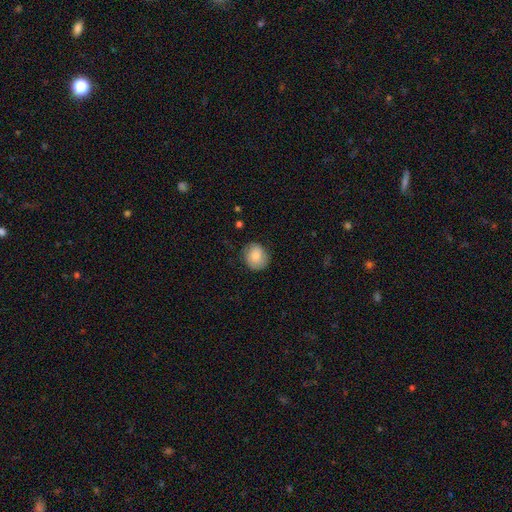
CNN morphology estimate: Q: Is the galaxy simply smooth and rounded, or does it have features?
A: smooth — 79%.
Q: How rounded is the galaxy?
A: round — 75%.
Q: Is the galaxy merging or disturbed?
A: none — 79%.